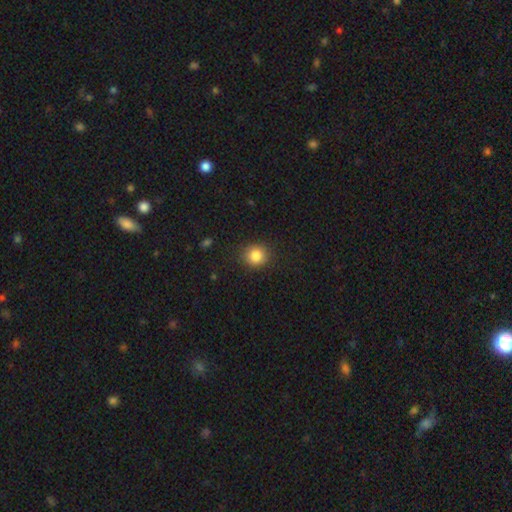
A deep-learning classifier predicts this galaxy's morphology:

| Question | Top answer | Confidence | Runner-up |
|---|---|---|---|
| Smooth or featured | smooth | 85% | star or artifact (10%) |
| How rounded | round | 86% | in between (13%) |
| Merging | none | 87% | minor disturbance (9%) |